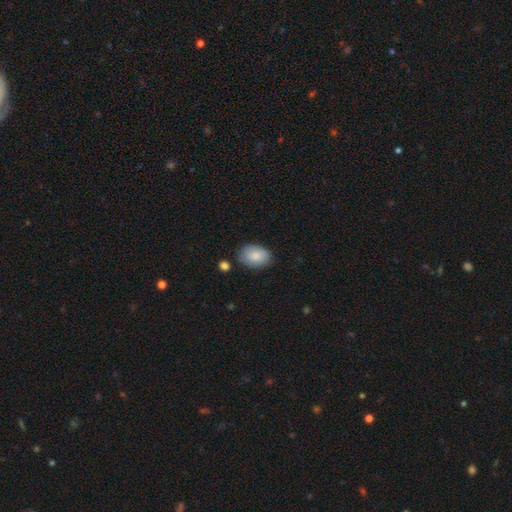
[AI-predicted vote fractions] A smooth galaxy with no disk features (85%) that is in between round and cigar-shaped (81%).

Vote fractions:
- Smooth or featured? smooth: 85% / featured or disk: 9% / star or artifact: 6%
- How rounded? in between: 81% / round: 18% / cigar-shaped: 1%
- Merging? none: 76% / minor disturbance: 17% / major disturbance: 3% / merger: 3%